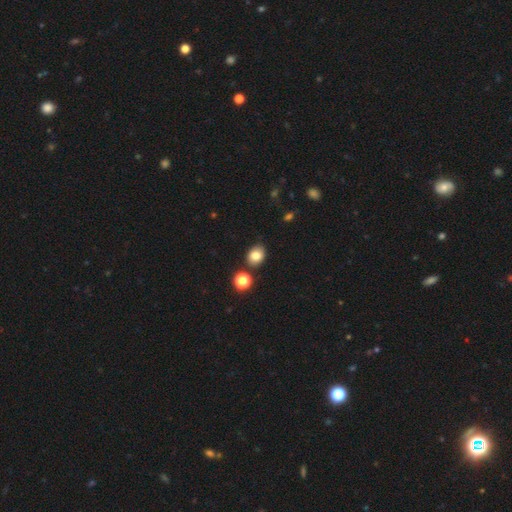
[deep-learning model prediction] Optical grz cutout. It shows a smooth galaxy with no disk features (81%) that is in between round and cigar-shaped (56%). Merging: none (80%).